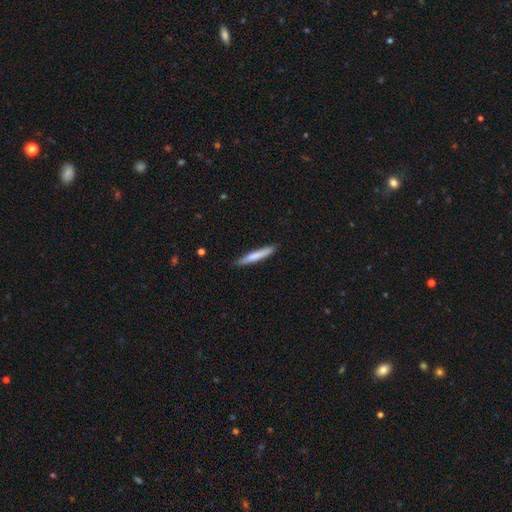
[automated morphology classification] Smooth or featured: smooth — 75% (featured or disk — 20%)
How rounded: cigar-shaped — 94% (in between — 5%)
Merging: none — 86% (minor disturbance — 11%)